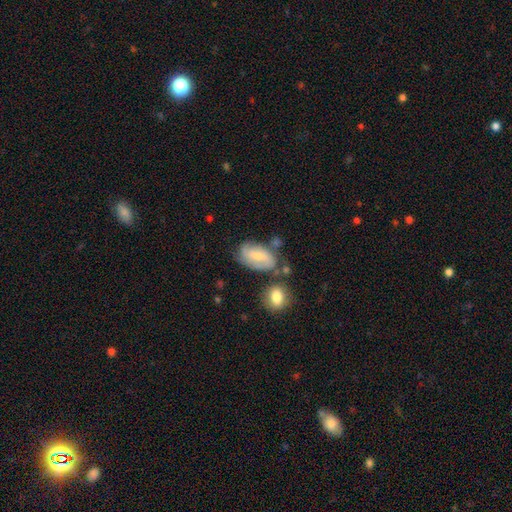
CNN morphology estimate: Smooth or featured? featured or disk (49%)
Merging? none (55%)